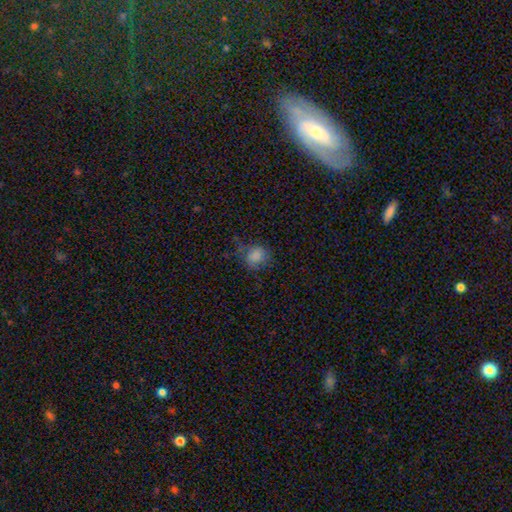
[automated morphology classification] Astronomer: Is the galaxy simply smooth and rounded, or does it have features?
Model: smooth — 79%.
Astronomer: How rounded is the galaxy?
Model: round — 70%.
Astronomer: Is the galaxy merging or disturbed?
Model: none — 56%.